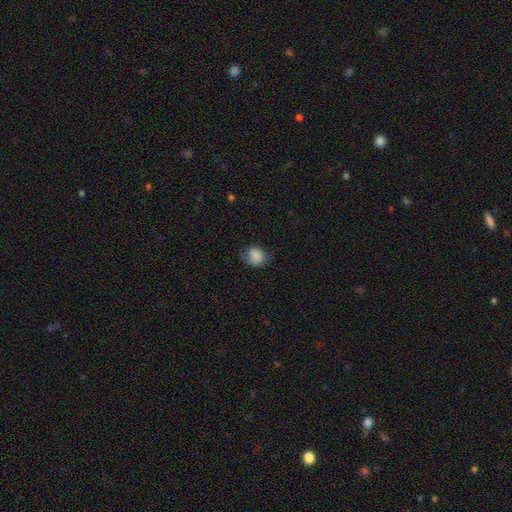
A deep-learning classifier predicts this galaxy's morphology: smooth 79%, featured or disk 13%, star or artifact 9%. Down the decision tree: how rounded — round (52%); merging — none (50%).